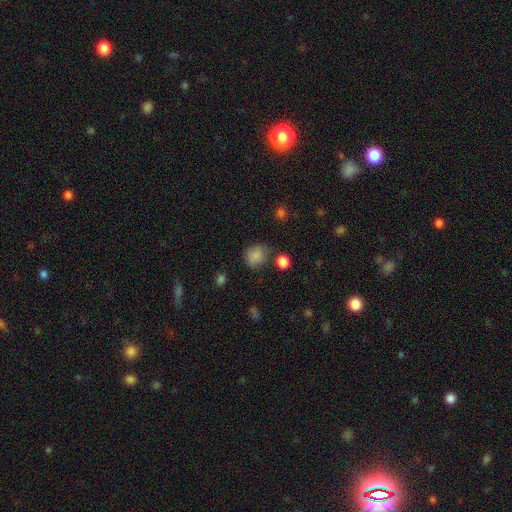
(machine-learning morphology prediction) Smooth or featured? Predicted: smooth (p=0.84). How rounded? Predicted: round (p=0.80). Merging? Predicted: none (p=0.72).